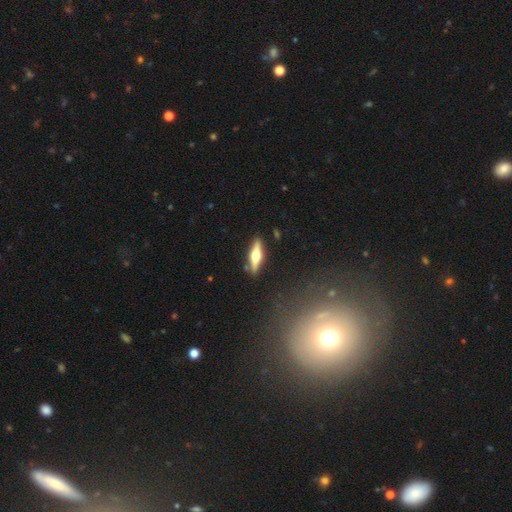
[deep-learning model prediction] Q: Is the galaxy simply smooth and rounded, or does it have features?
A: featured or disk — 57%.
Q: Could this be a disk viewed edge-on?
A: yes — 94%.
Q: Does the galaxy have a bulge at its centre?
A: rounded — 94%.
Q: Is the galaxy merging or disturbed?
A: none — 87%.